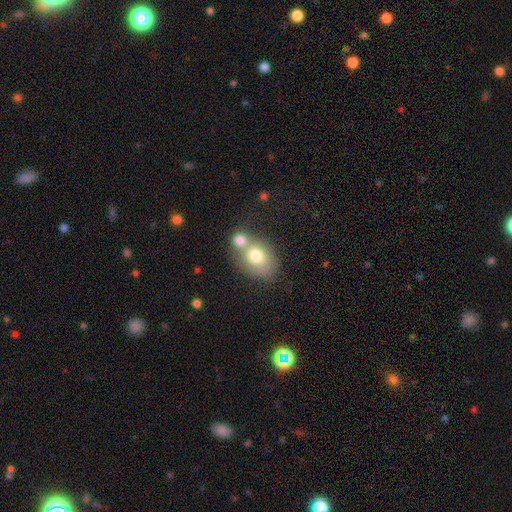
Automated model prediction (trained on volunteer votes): Smooth or featured?
  - smooth: 73% *
  - featured or disk: 18%
  - star or artifact: 9%
How rounded?
  - in between: 59% *
  - round: 40%
  - cigar-shaped: 1%
Merging?
  - merger: 52% *
  - none: 33%
  - minor disturbance: 11%
  - major disturbance: 4%